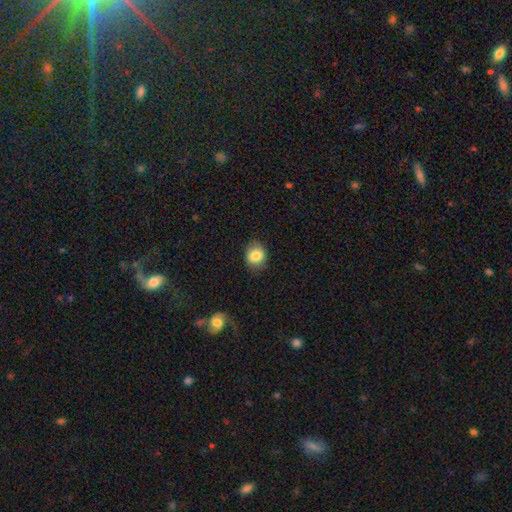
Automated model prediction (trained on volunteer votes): Q: Smooth or featured?
A: smooth (83%); runner-up: featured or disk (9%)
Q: How rounded?
A: round (59%); runner-up: in between (40%)
Q: Merging?
A: none (82%); runner-up: minor disturbance (14%)